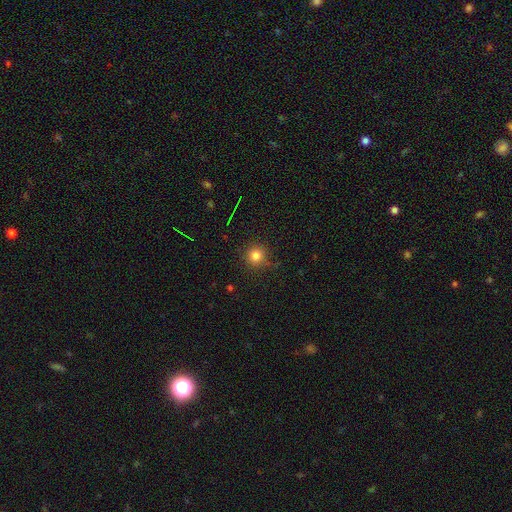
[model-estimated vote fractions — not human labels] Q: Smooth or featured?
A: smooth (80%); runner-up: star or artifact (14%)
Q: How rounded?
A: round (94%); runner-up: in between (5%)
Q: Merging?
A: none (88%); runner-up: minor disturbance (8%)